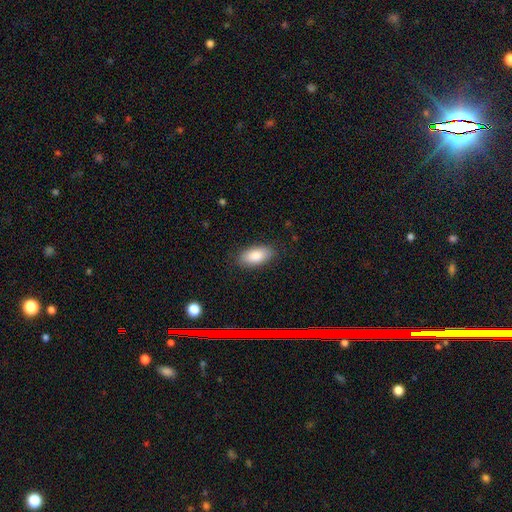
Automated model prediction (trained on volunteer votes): Morphology: type=smooth (85%); roundness=in between (93%); merging=none (84%).